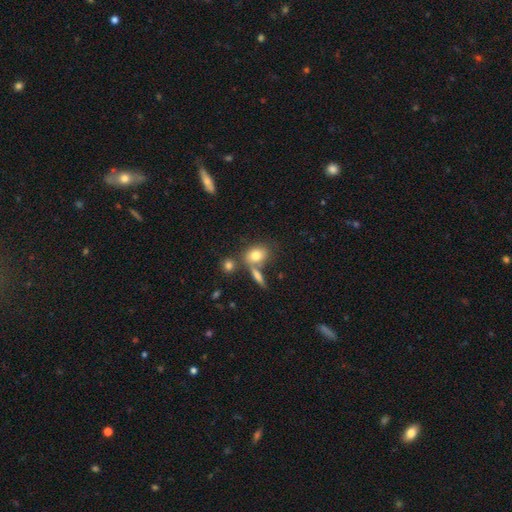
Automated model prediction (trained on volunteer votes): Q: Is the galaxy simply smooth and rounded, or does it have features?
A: smooth — 77%.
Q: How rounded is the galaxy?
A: in between — 61%.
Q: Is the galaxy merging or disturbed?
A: none — 54%.